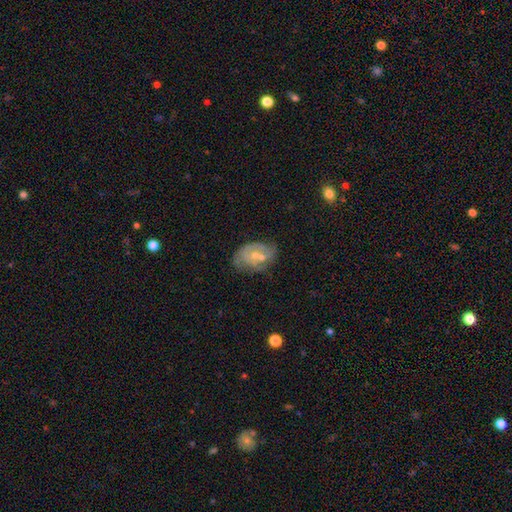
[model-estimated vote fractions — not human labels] A featured or disk galaxy (60%) with no bar (72%), spiral arms (52%) and a small central bulge (47%).

Vote fractions:
- Smooth or featured? featured or disk: 60% / smooth: 32% / star or artifact: 8%
- Edge-on disk? no: 97% / yes: 3%
- Bar? no: 72% / weak: 23% / strong: 4%
- Spiral arms? yes: 52% / no: 48%
- Bulge size? small: 47% / moderate: 46% / none: 4% / large: 2% / dominant: 1%
- Merging? none: 42% / minor disturbance: 25% / merger: 20% / major disturbance: 13%